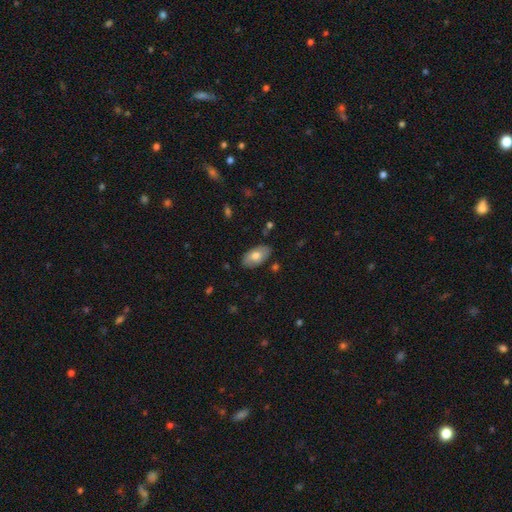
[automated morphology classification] smooth-or-featured: smooth: 71% | featured or disk: 22% | star or artifact: 6%
  how-rounded: in between: 94% | round: 4% | cigar-shaped: 2%
  merging: none: 83% | minor disturbance: 13% | major disturbance: 2% | merger: 2%